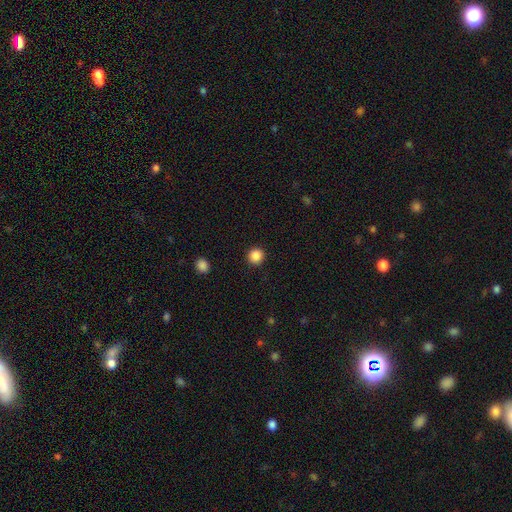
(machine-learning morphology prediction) This appears to be a smooth galaxy with no disk features (87%) that is round (94%). Merging: none (93%).